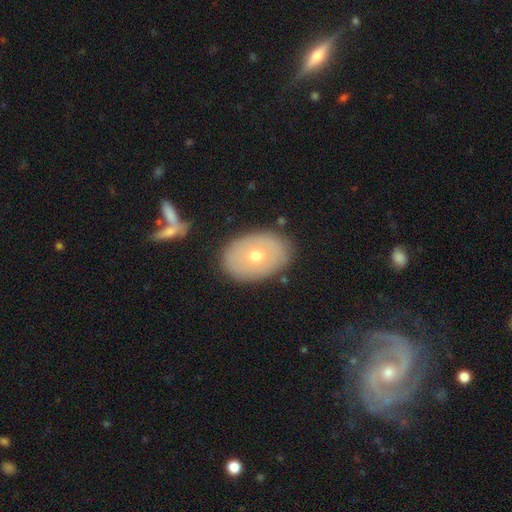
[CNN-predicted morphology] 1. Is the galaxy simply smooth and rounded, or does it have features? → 56% smooth, 37% featured or disk, 7% star or artifact.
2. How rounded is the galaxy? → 81% in between, 18% round, 1% cigar-shaped.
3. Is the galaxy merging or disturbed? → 83% none, 11% minor disturbance, 3% major disturbance, 2% merger.